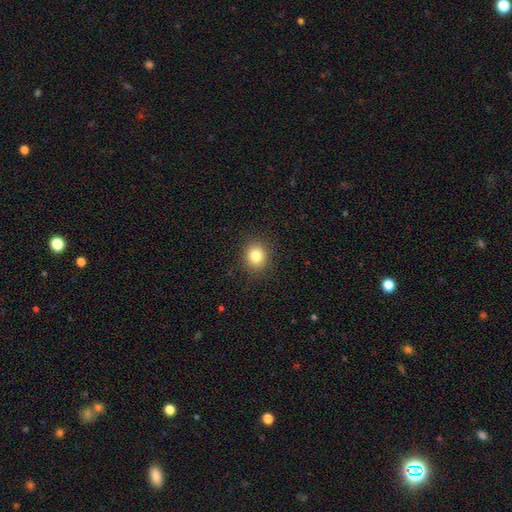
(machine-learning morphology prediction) smooth 82%, star or artifact 11%, featured or disk 7%. Down the decision tree: how rounded — round (73%); merging — none (89%).